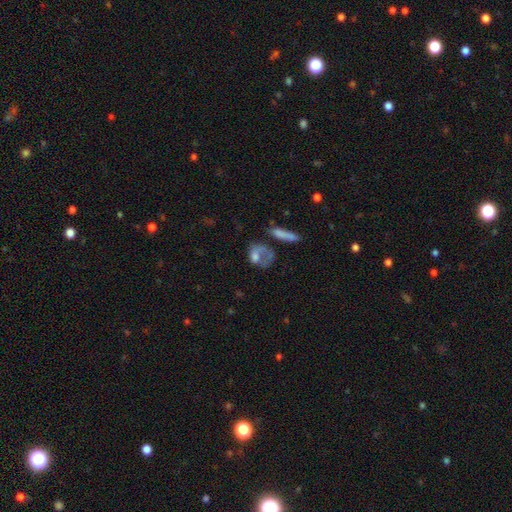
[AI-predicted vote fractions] Smooth or featured? smooth (58%)
How rounded? in between (56%)
Merging? major disturbance (36%)